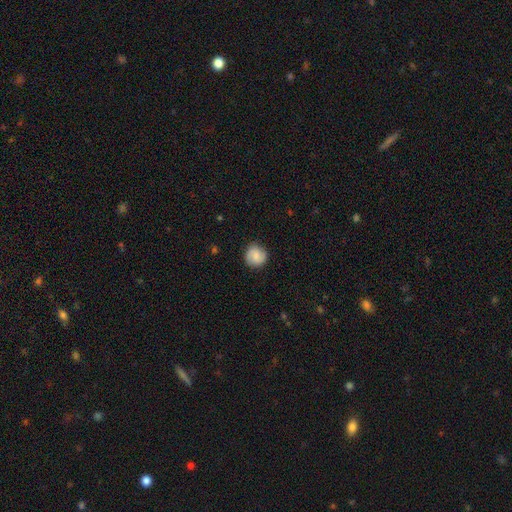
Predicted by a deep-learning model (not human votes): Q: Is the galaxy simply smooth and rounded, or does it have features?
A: smooth — 67%.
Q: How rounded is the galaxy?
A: round — 90%.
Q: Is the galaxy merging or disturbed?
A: none — 85%.